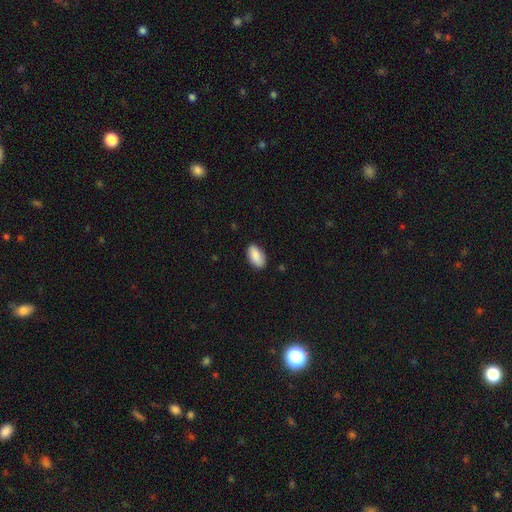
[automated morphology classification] smooth-or-featured: smooth: 87% | featured or disk: 6% | star or artifact: 6%
  how-rounded: in between: 94% | round: 3% | cigar-shaped: 3%
  merging: none: 85% | minor disturbance: 11% | major disturbance: 2% | merger: 1%